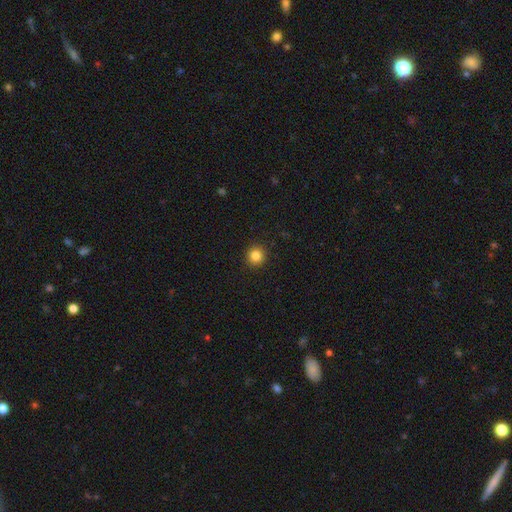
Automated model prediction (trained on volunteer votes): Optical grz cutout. It shows a smooth galaxy with no disk features (84%) that is round (95%). Merging: none (93%).